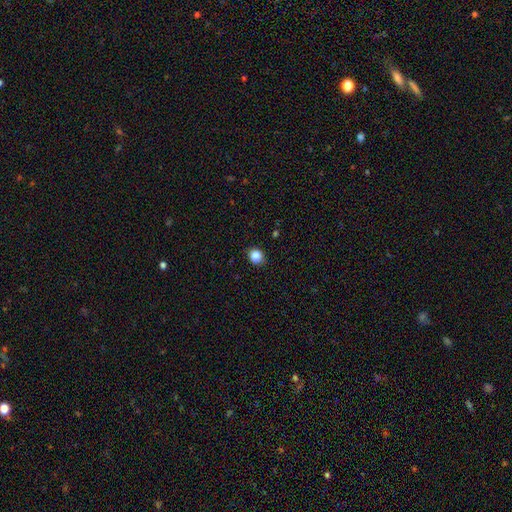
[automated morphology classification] Smooth or featured? Predicted: smooth (p=0.86). How rounded? Predicted: round (p=0.79). Merging? Predicted: none (p=0.89).